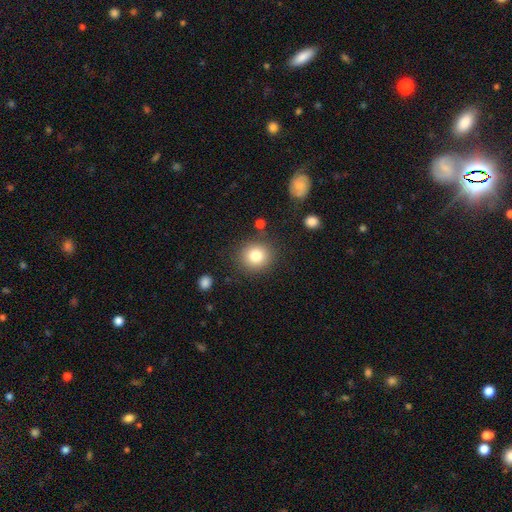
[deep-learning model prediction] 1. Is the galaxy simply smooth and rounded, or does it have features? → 81% smooth, 11% star or artifact, 9% featured or disk.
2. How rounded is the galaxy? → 87% round, 12% in between, 1% cigar-shaped.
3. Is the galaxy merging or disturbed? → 85% none, 9% minor disturbance, 3% major disturbance, 3% merger.